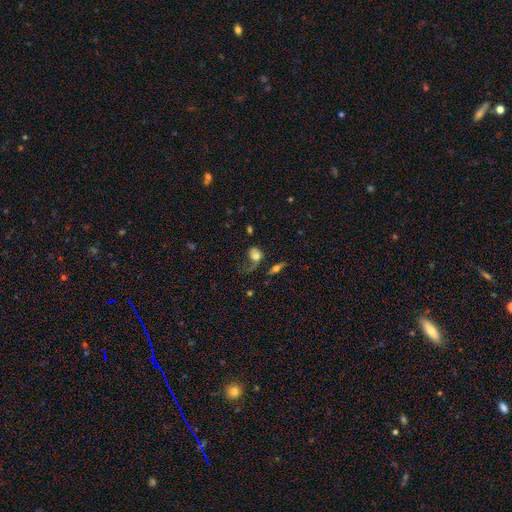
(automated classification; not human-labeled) The model was most divided on "how rounded": in between: 56%, round: 41%, cigar-shaped: 3%. Remaining: smooth or featured — smooth (57%); merging — major disturbance (48%).